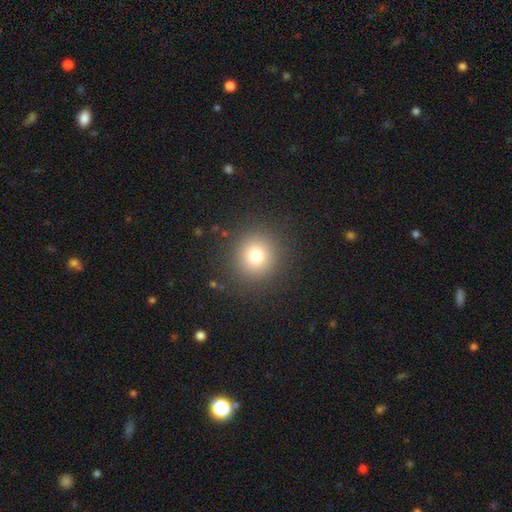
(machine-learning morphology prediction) A smooth galaxy with no disk features (76%) that is round (93%).

Vote fractions:
- Smooth or featured? smooth: 76% / star or artifact: 15% / featured or disk: 9%
- How rounded? round: 93% / in between: 6% / cigar-shaped: 1%
- Merging? none: 89% / minor disturbance: 6% / major disturbance: 3% / merger: 1%